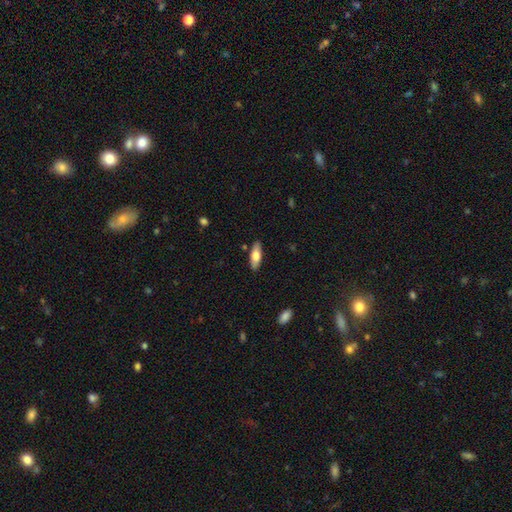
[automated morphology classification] Q: Smooth or featured?
A: smooth (69%); runner-up: featured or disk (25%)
Q: How rounded?
A: in between (63%); runner-up: cigar-shaped (35%)
Q: Merging?
A: none (86%); runner-up: minor disturbance (10%)